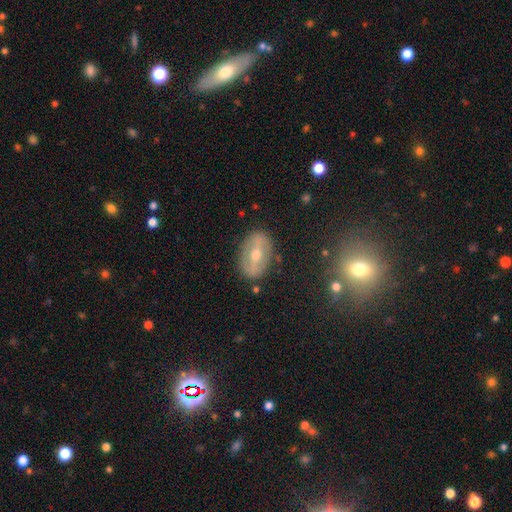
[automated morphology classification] Smooth or featured? Predicted: featured or disk (p=0.66). Edge-on disk? Predicted: no (p=0.88). Bar? Predicted: strong (p=0.56). Spiral arms? Predicted: no (p=0.65). Bulge size? Predicted: moderate (p=0.62). Merging? Predicted: none (p=0.84).